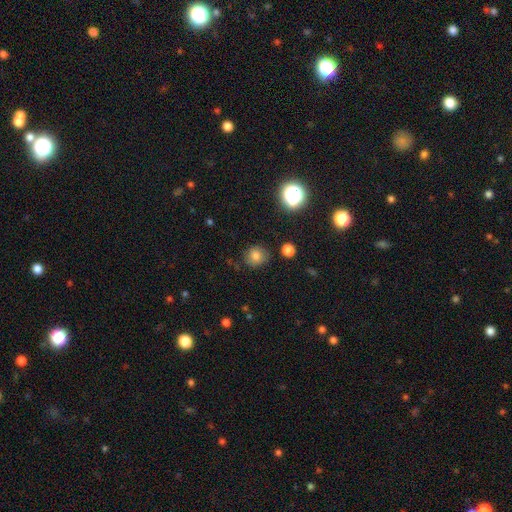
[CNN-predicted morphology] smooth 77%, star or artifact 15%, featured or disk 7%. Down the decision tree: how rounded — round (84%); merging — none (80%).